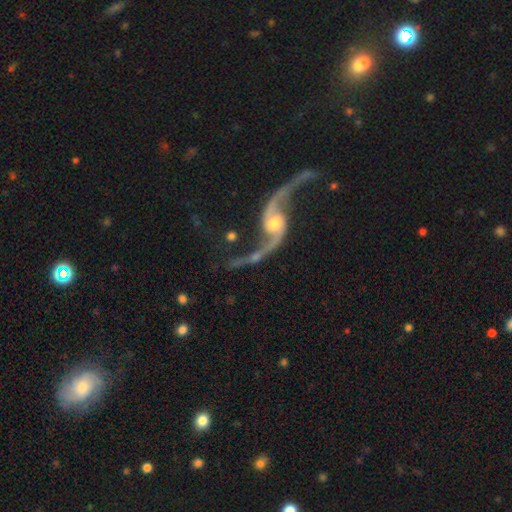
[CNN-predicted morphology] featured or disk 91%, star or artifact 5%, smooth 4%. Down the decision tree: edge-on disk — no (95%); bar — no (58%); spiral arms — yes (97%); spiral arm count — 2 (94%); spiral winding — loose (90%); bulge size — moderate (50%); merging — none (62%).